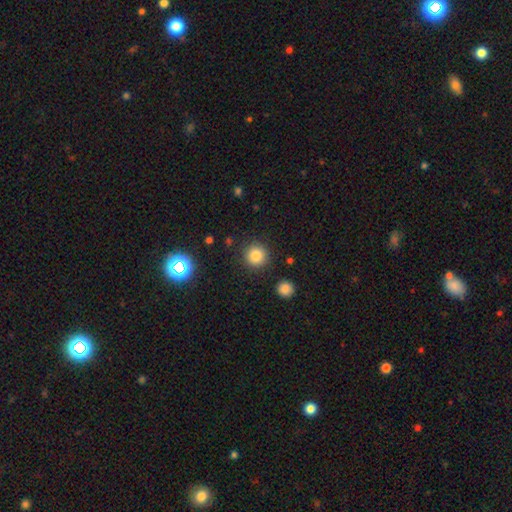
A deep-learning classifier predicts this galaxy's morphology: The model was most divided on "smooth or featured": smooth: 83%, star or artifact: 11%, featured or disk: 5%. More confident: how rounded — round (94%); merging — none (89%).